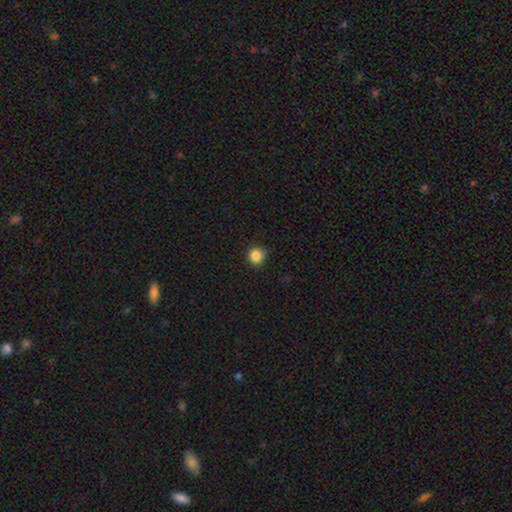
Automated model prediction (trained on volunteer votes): Morphology: type=smooth (86%); roundness=round (94%); merging=none (91%).